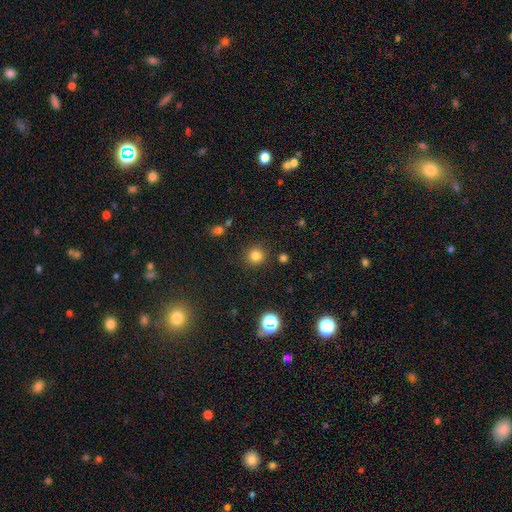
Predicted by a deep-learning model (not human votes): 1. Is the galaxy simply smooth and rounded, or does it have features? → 82% smooth, 14% star or artifact, 4% featured or disk.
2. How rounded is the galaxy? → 92% round, 7% in between, 1% cigar-shaped.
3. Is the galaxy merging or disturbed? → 86% none, 8% minor disturbance, 3% major disturbance, 3% merger.